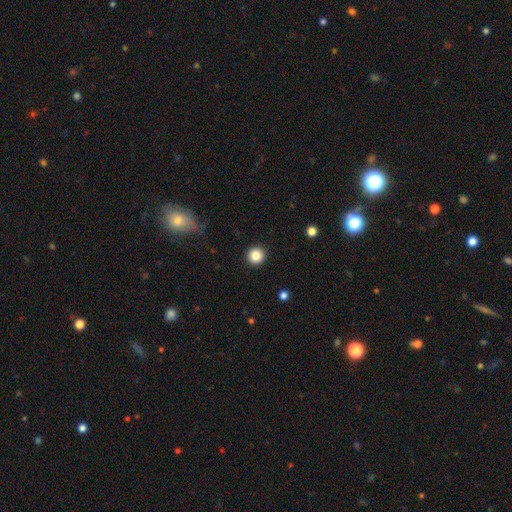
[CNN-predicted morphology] Smooth or featured?
  - smooth: 86% *
  - star or artifact: 10%
  - featured or disk: 4%
How rounded?
  - round: 95% *
  - in between: 4%
  - cigar-shaped: 1%
Merging?
  - none: 92% *
  - minor disturbance: 5%
  - major disturbance: 2%
  - merger: 1%